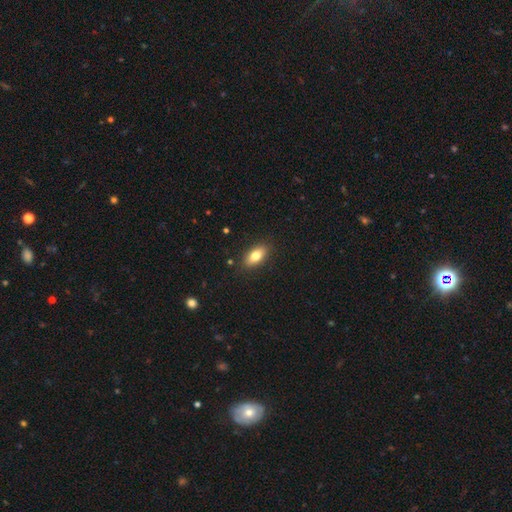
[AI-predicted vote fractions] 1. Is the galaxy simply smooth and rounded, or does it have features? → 78% smooth, 14% featured or disk, 8% star or artifact.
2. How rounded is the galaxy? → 86% in between, 8% cigar-shaped, 5% round.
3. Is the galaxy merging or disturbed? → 87% none, 10% minor disturbance, 2% major disturbance, 1% merger.